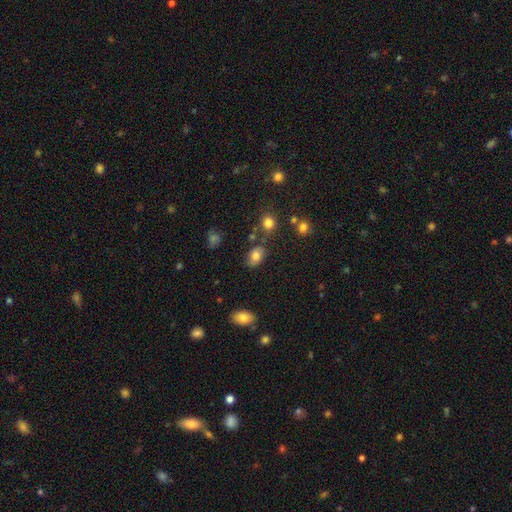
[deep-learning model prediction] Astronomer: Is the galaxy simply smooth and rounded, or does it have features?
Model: smooth — 80%.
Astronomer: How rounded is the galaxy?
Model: in between — 80%.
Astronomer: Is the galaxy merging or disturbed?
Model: none — 72%.